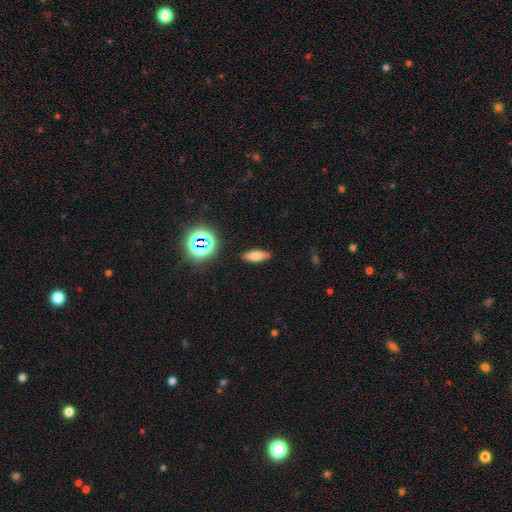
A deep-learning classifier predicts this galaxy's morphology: Smooth or featured?
  - smooth: 72% *
  - featured or disk: 14%
  - star or artifact: 14%
How rounded?
  - in between: 59% *
  - cigar-shaped: 36%
  - round: 5%
Merging?
  - none: 87% *
  - minor disturbance: 9%
  - major disturbance: 2%
  - merger: 2%